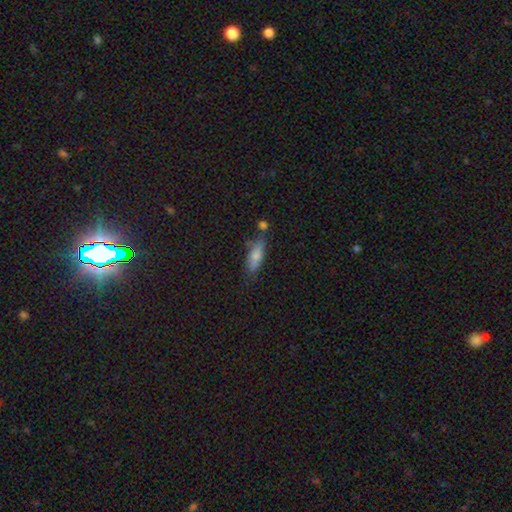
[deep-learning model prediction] smooth-or-featured: smooth: 70% | featured or disk: 20% | star or artifact: 10%
  how-rounded: in between: 52% | cigar-shaped: 45% | round: 3%
  merging: none: 68% | minor disturbance: 20% | merger: 8% | major disturbance: 5%